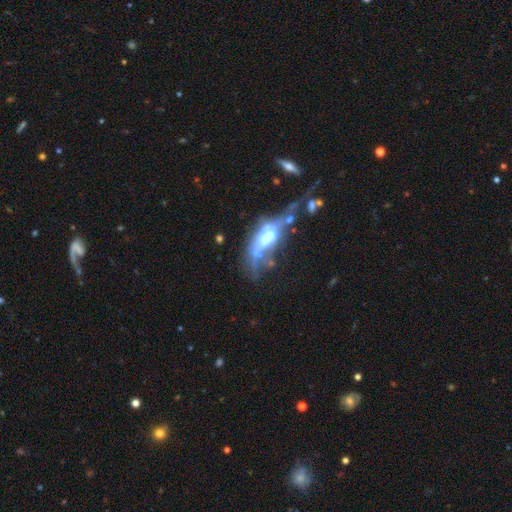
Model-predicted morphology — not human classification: Smooth or featured?
  - featured or disk: 60% *
  - smooth: 27%
  - star or artifact: 13%
Edge-on disk?
  - no: 81% *
  - yes: 19%
Merging?
  - major disturbance: 40% *
  - merger: 25%
  - none: 19%
  - minor disturbance: 16%